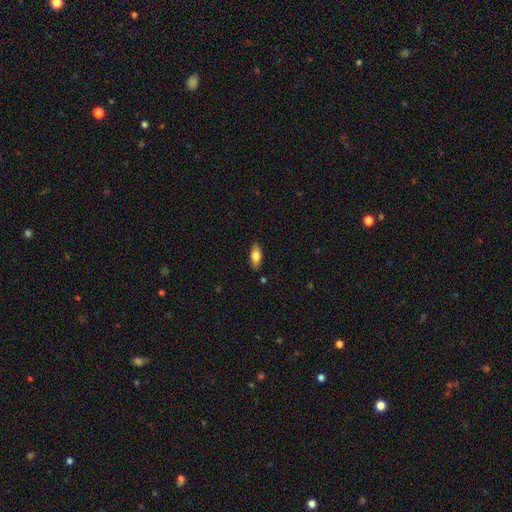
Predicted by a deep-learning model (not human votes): Smooth or featured? Predicted: smooth (p=0.76). How rounded? Predicted: in between (p=0.82). Merging? Predicted: none (p=0.86).